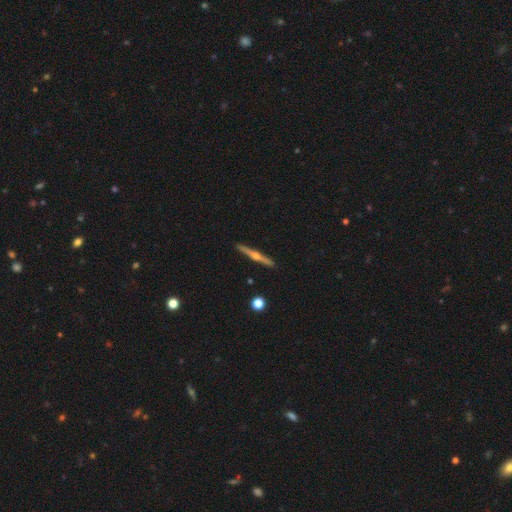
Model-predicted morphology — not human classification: type=featured or disk (77%); edge-on=yes (98%); edge-on bulge=rounded (91%); merging=none (92%).